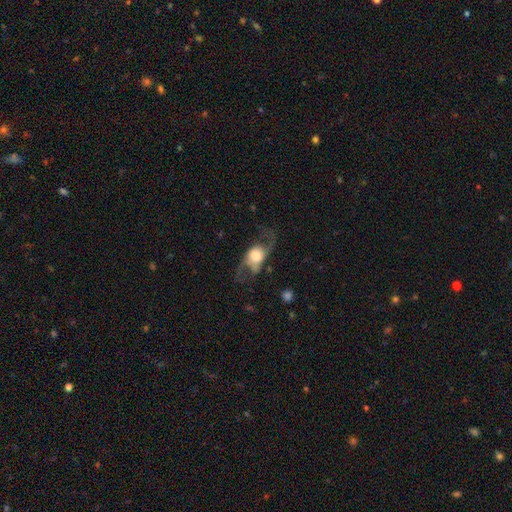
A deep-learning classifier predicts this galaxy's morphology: The model was most divided on "bulge size": large: 42%, moderate: 33%, dominant: 13%, small: 9%, none: 2%. More confident: edge-on disk — no (90%); spiral arms — yes (84%); bar — no (70%); smooth or featured — featured or disk (65%); merging — none (50%).